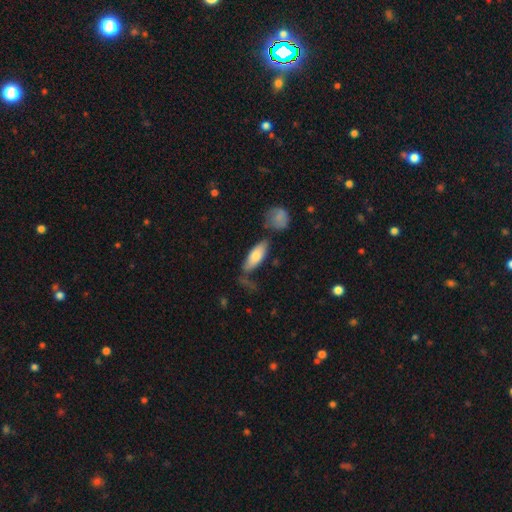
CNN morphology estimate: Smooth or featured? Predicted: smooth (p=0.75). How rounded? Predicted: in between (p=0.71). Merging? Predicted: none (p=0.57).